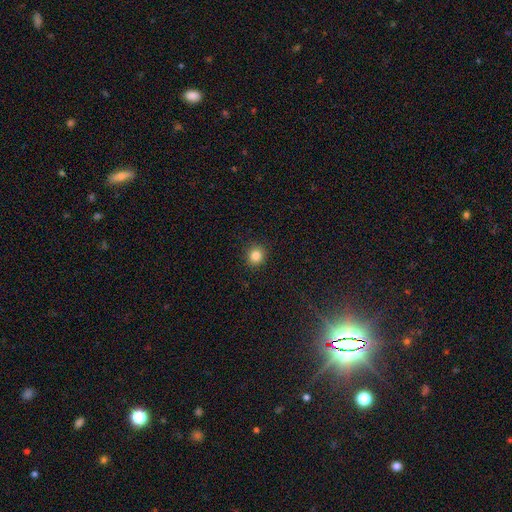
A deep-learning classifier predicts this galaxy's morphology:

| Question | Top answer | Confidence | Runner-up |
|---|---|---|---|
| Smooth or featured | smooth | 84% | star or artifact (12%) |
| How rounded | round | 88% | in between (11%) |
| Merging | none | 91% | minor disturbance (6%) |